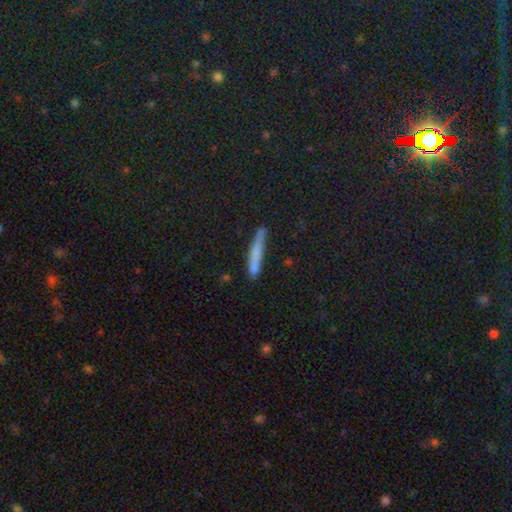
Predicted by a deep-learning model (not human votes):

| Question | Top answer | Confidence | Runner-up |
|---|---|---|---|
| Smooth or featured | smooth | 70% | featured or disk (20%) |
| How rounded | cigar-shaped | 95% | in between (4%) |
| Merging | none | 78% | minor disturbance (16%) |